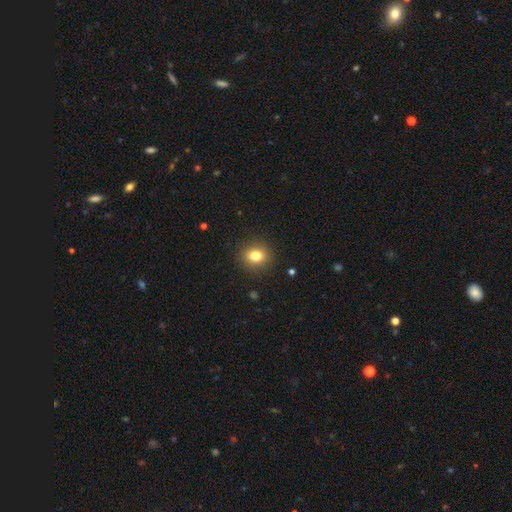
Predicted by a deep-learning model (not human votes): The model was most divided on "how rounded": round: 69%, in between: 30%, cigar-shaped: 1%. More confident: merging — none (89%); smooth or featured — smooth (80%).